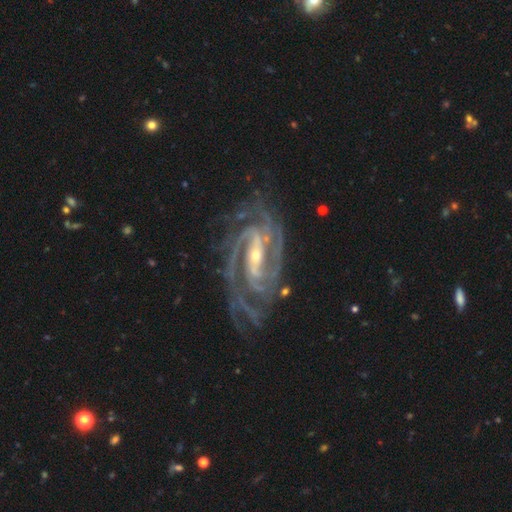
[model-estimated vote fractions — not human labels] Smooth or featured: featured or disk — 93% (star or artifact — 5%)
Edge-on disk: no — 97% (yes — 3%)
Bar: strong — 53% (weak — 29%)
Spiral arms: yes — 99% (no — 1%)
Spiral winding: tight — 57% (medium — 37%)
Spiral arm count: 3 — 25% (tied with 2 — 25%)
Bulge size: small — 68% (moderate — 28%)
Merging: none — 67% (minor disturbance — 19%)